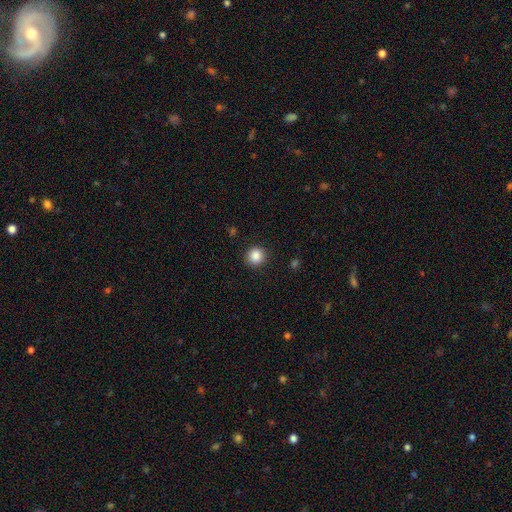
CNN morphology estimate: smooth 87%, star or artifact 10%, featured or disk 3%. Down the decision tree: how rounded — round (92%); merging — none (91%).